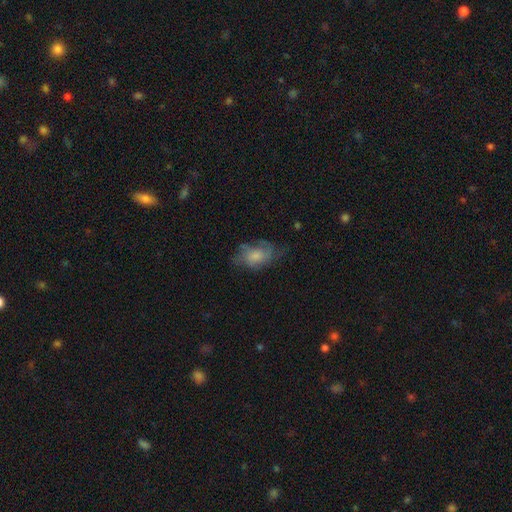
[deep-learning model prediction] Morphology: type=smooth (47%); merging=none (48%).